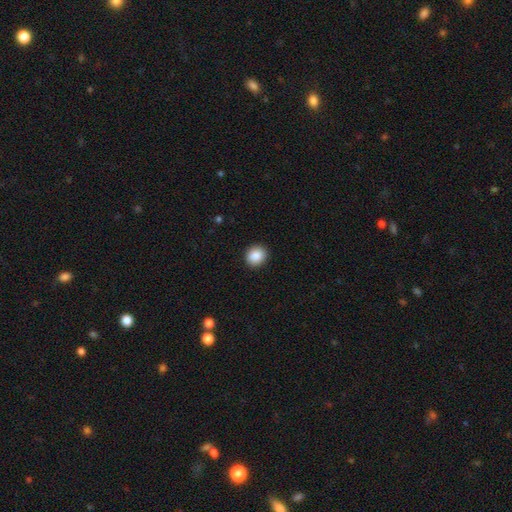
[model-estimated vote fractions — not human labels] A smooth galaxy with no disk features (87%) that is round (80%).

Vote fractions:
- Smooth or featured? smooth: 87% / star or artifact: 9% / featured or disk: 4%
- How rounded? round: 80% / in between: 19% / cigar-shaped: 1%
- Merging? none: 91% / minor disturbance: 6% / major disturbance: 2% / merger: 1%